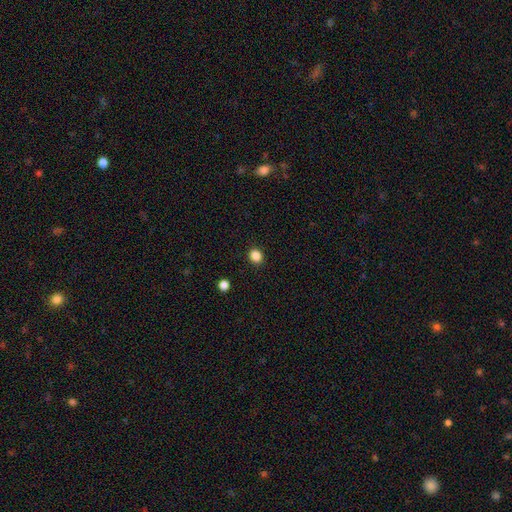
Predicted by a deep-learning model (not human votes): Smooth or featured?
  - smooth: 86% *
  - star or artifact: 11%
  - featured or disk: 3%
How rounded?
  - round: 76% *
  - in between: 23%
  - cigar-shaped: 1%
Merging?
  - none: 91% *
  - minor disturbance: 6%
  - major disturbance: 2%
  - merger: 1%